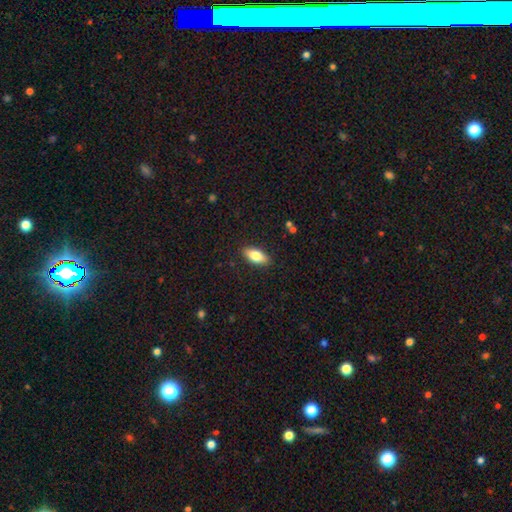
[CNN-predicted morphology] Smooth or featured? smooth (75%)
How rounded? in between (84%)
Merging? none (89%)